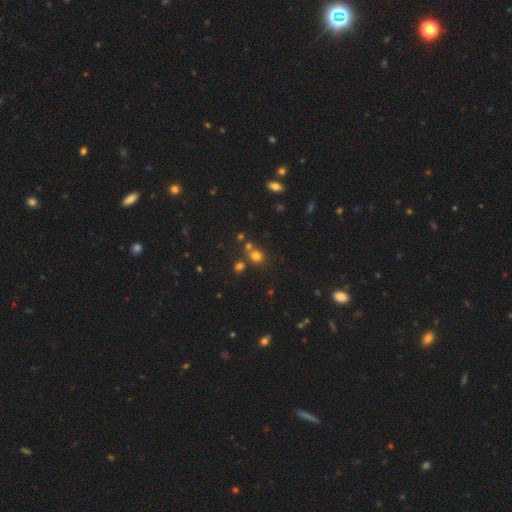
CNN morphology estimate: Overall: smooth (71%). How rounded: round (80%). Merging: none (64%).